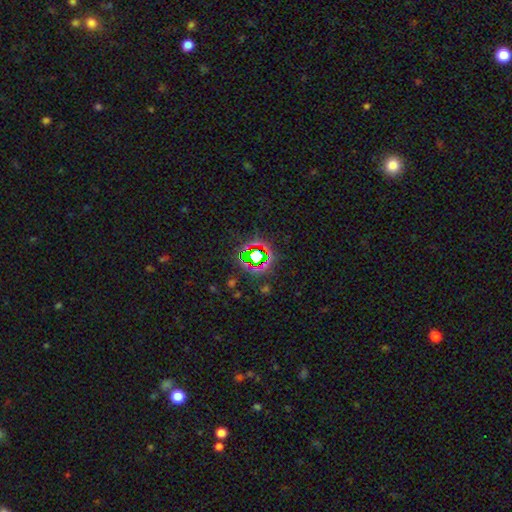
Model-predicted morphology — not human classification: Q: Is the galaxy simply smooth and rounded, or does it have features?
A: star or artifact — 73%.